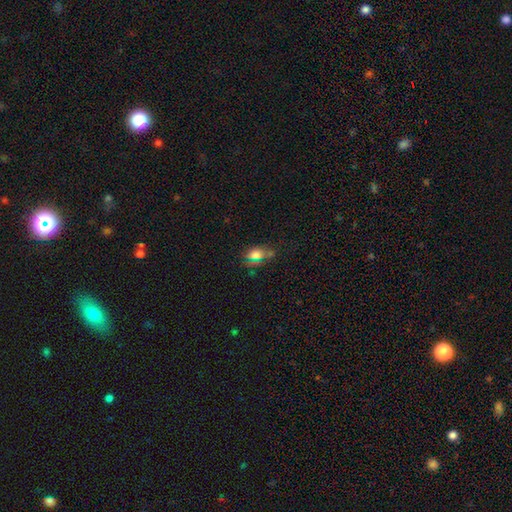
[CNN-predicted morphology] This is likely a smooth galaxy (63%). How rounded: likely in between (65%). Merging: likely none (66%).